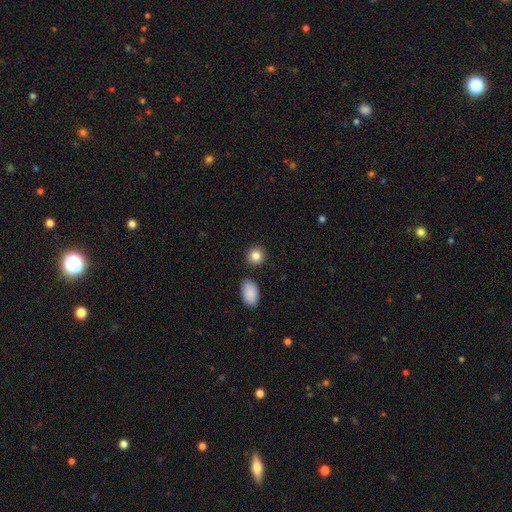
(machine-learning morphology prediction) A smooth galaxy with no disk features (85%) that is round (83%). Merging: none (86%).